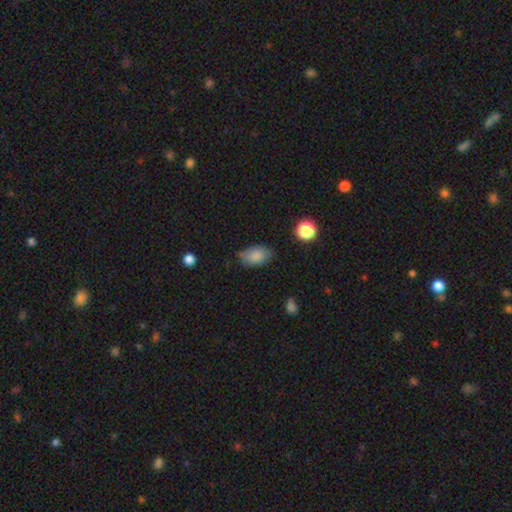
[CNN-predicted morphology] Smooth or featured? Predicted: smooth (p=0.84). How rounded? Predicted: in between (p=0.90). Merging? Predicted: none (p=0.71).